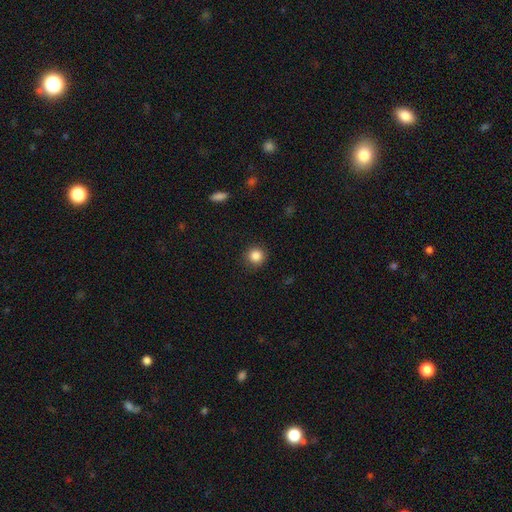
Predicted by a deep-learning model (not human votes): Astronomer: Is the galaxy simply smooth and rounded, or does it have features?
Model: smooth — 85%.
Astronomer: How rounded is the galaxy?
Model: round — 94%.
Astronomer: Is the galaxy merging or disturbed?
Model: none — 90%.